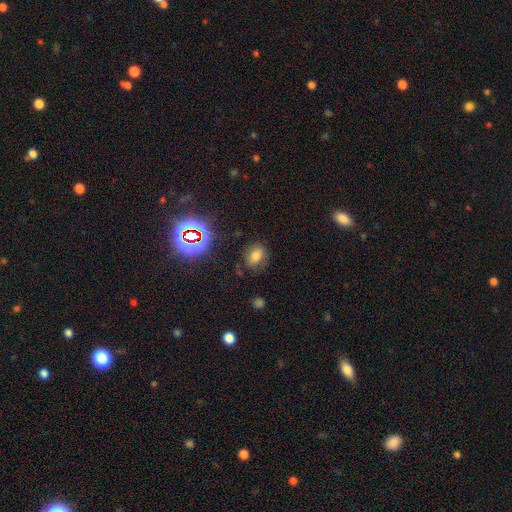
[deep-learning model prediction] Overall: smooth (66%). How rounded: in between (65%; round 34%). Merging: none (76%).